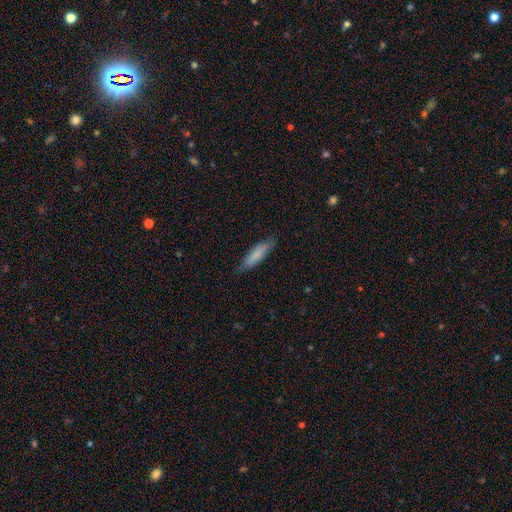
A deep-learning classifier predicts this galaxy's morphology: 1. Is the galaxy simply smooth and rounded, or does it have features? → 78% smooth, 16% featured or disk, 6% star or artifact.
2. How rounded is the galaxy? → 63% cigar-shaped, 35% in between, 1% round.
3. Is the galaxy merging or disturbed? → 76% none, 19% minor disturbance, 4% major disturbance, 1% merger.